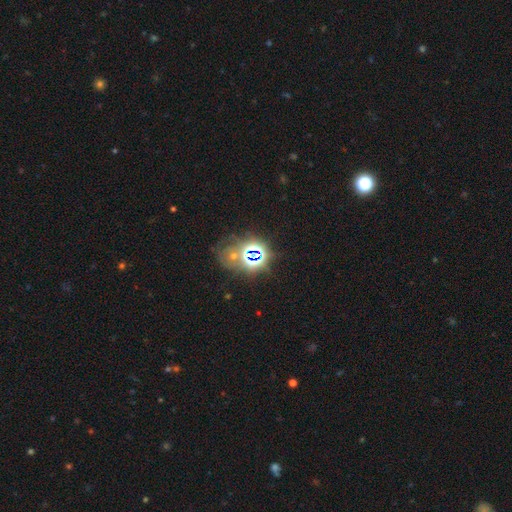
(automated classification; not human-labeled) Smooth or featured: star or artifact — 75% (smooth — 15%)